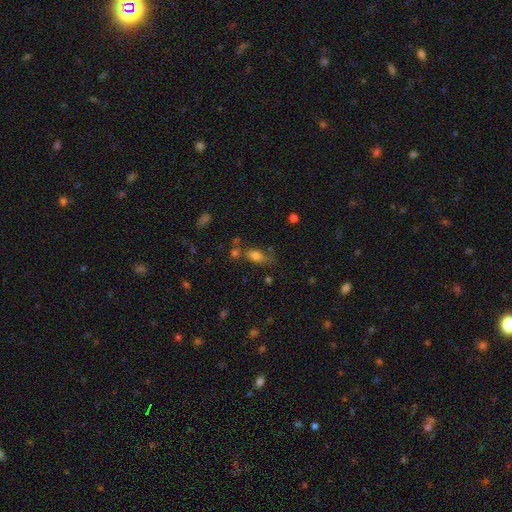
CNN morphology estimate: Smooth or featured: smooth — 76% (star or artifact — 12%)
How rounded: in between — 81% (cigar-shaped — 10%)
Merging: none — 53% (minor disturbance — 21%)